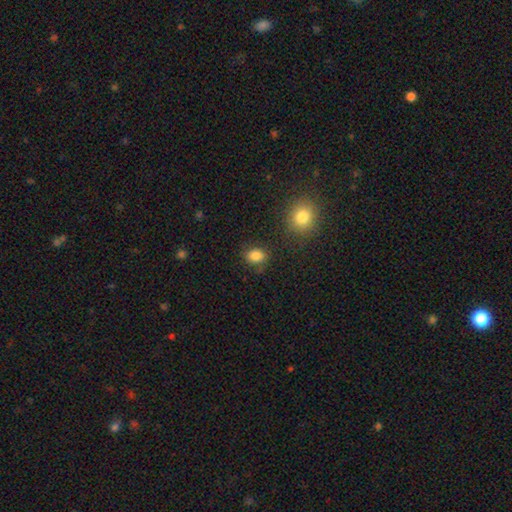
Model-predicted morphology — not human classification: This is clearly a smooth galaxy (84%). How rounded: possibly in between (54%). Merging: likely none (80%).